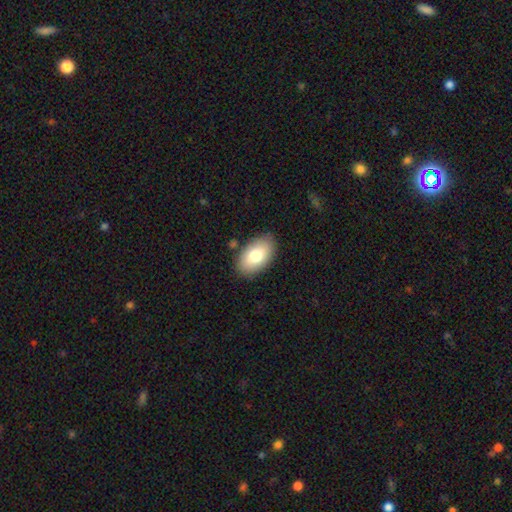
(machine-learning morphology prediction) type=smooth (77%); roundness=in between (93%); merging=none (85%).